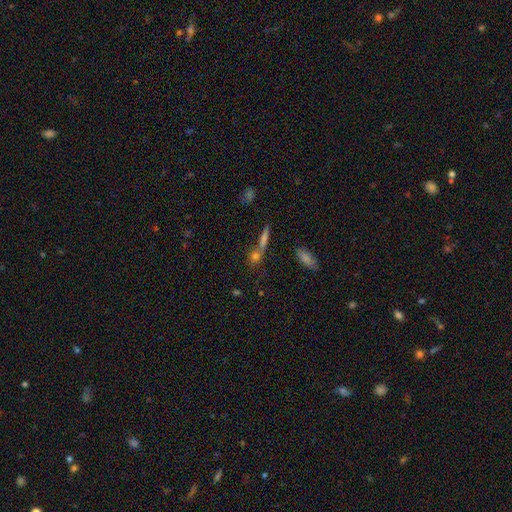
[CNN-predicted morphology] smooth_or_featured: smooth (p=0.60) [alt: star or artifact p=0.21]
how_rounded: round (p=0.46) [alt: cigar-shaped p=0.27]
merging: none (p=0.58) [alt: merger p=0.28]